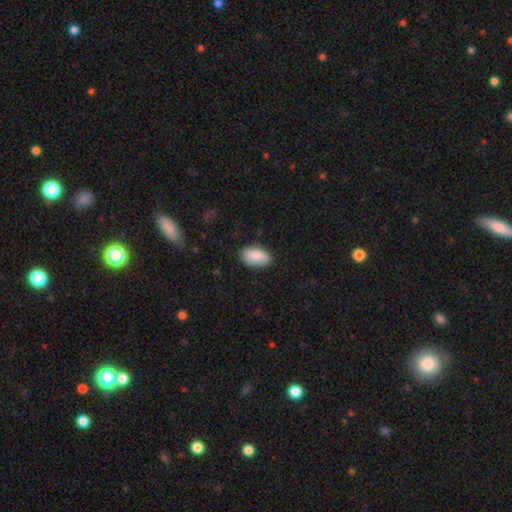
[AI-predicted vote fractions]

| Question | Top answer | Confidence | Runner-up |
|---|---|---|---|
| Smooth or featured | smooth | 87% | featured or disk (7%) |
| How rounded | in between | 93% | round (4%) |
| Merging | none | 82% | minor disturbance (14%) |